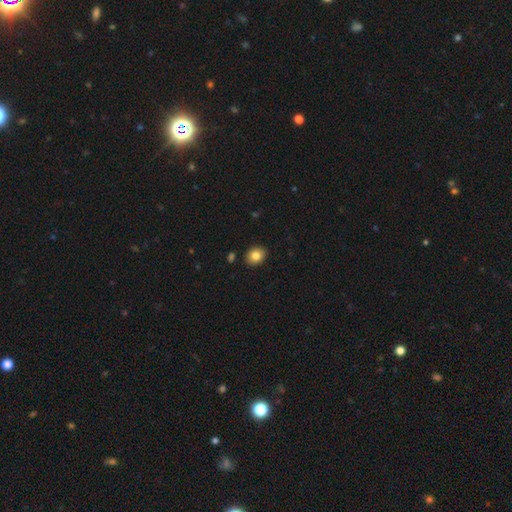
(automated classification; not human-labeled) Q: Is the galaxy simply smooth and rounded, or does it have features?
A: smooth — 83%.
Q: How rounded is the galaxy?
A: round — 51%.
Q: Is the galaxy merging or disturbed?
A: none — 90%.